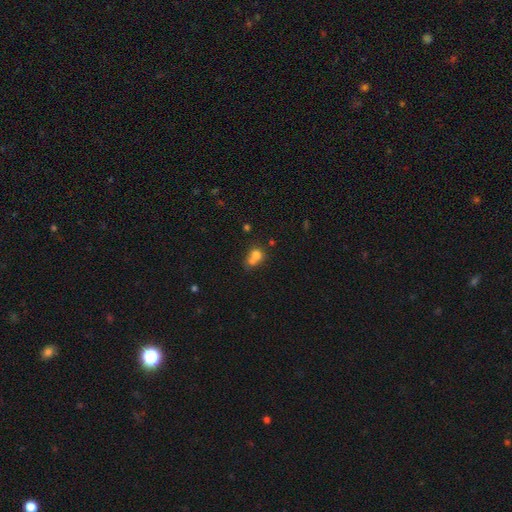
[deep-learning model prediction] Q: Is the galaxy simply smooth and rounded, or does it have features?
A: smooth — 72%.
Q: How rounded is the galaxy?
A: round — 71%.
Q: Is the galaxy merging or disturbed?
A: merger — 59%.